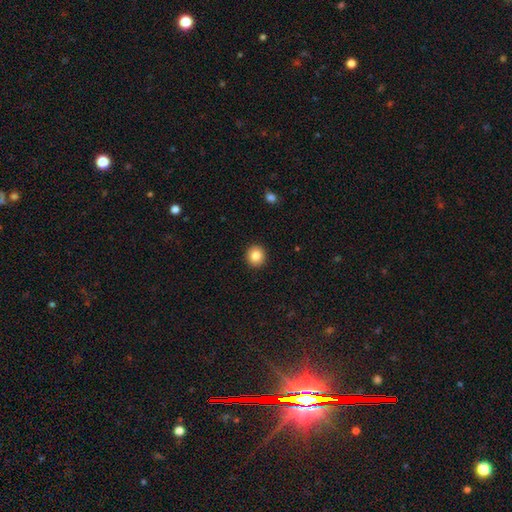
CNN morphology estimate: Smooth or featured: smooth — 85% (star or artifact — 10%)
How rounded: round — 92% (in between — 7%)
Merging: none — 93% (minor disturbance — 4%)